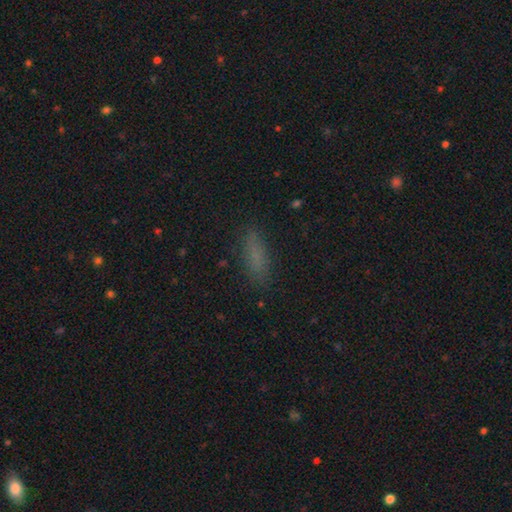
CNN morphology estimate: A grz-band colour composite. It shows a smooth galaxy with no disk features (77%) that is cigar-shaped (57%). Merging: none (85%).